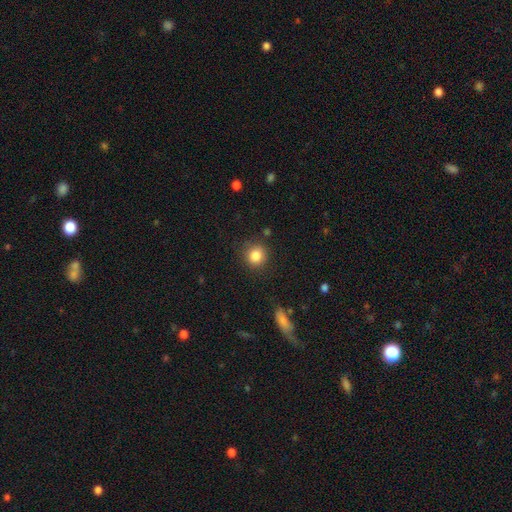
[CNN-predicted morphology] Smooth or featured: smooth — 84% (star or artifact — 10%)
How rounded: round — 87% (in between — 12%)
Merging: none — 85% (minor disturbance — 10%)